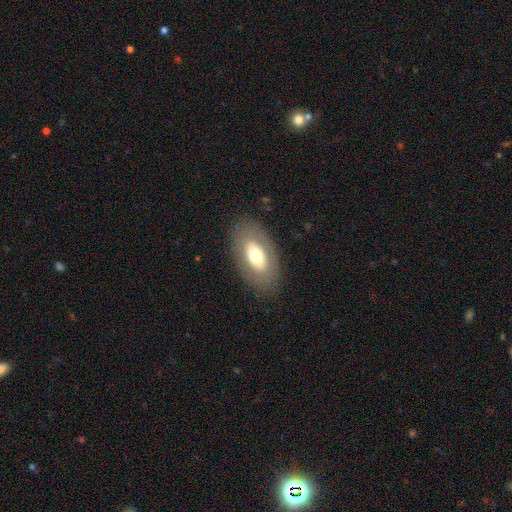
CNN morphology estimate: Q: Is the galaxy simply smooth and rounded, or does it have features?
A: smooth — 58%.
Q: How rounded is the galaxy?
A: in between — 92%.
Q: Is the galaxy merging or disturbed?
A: none — 83%.